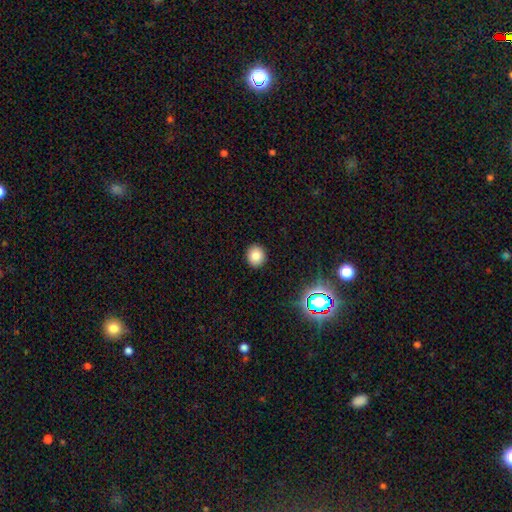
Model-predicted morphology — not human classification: The model was most divided on "smooth or featured": smooth: 82%, star or artifact: 13%, featured or disk: 6%. More confident: merging — none (92%); how rounded — round (88%).